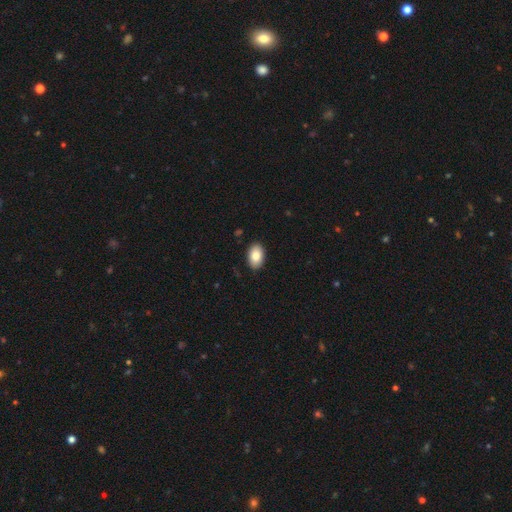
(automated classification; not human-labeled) This is clearly a smooth galaxy (86%). How rounded: clearly in between (92%). Merging: clearly none (90%).